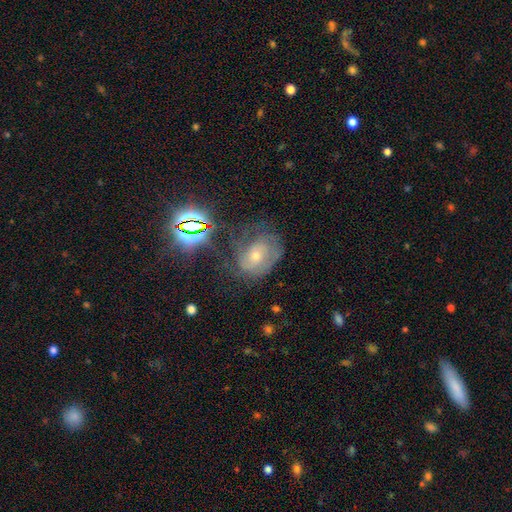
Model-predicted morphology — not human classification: Smooth or featured? featured or disk (57%)
Edge-on disk? no (96%)
Bar? no (68%)
Spiral arms? yes (74%)
Bulge size? small (47%, tied with moderate)
Merging? none (47%)